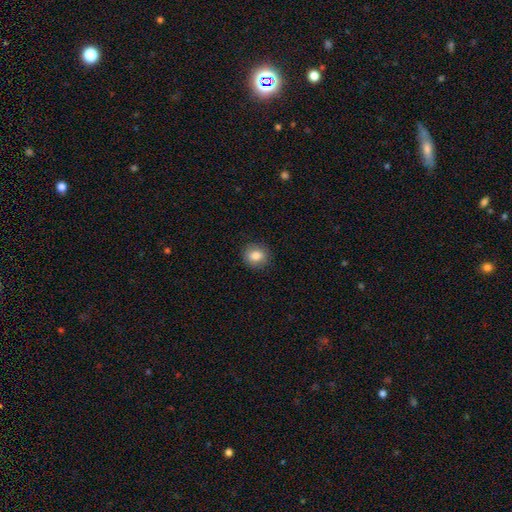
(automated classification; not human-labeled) The model was most divided on "how rounded": round: 78%, in between: 21%, cigar-shaped: 1%. More confident: merging — none (89%); smooth or featured — smooth (83%).